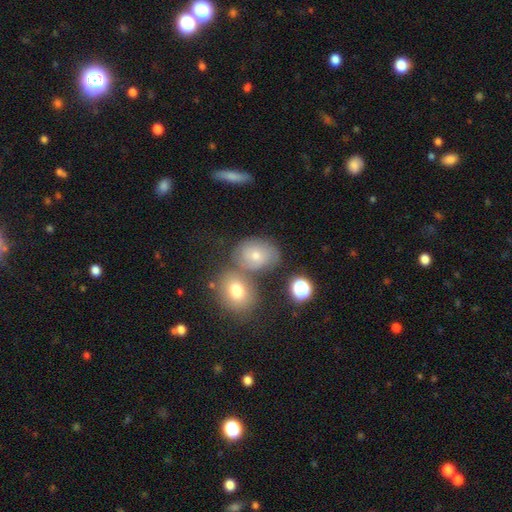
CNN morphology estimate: This appears to be a smooth galaxy with no disk features (60%) that is in between round and cigar-shaped (55%). Merging: none (52%).